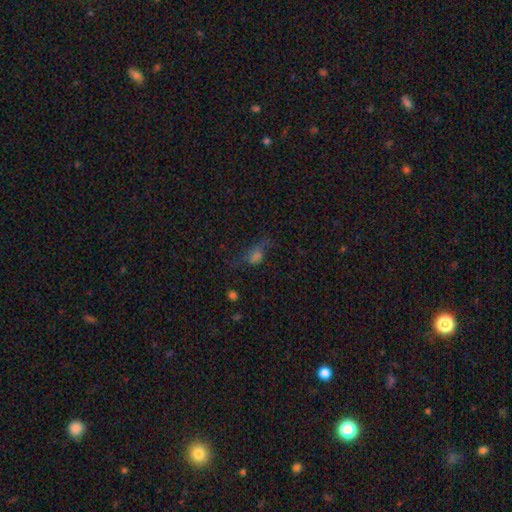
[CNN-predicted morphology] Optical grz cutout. It shows a smooth galaxy with no disk features (52%) that is in between round and cigar-shaped (69%). Merging: none (44%).